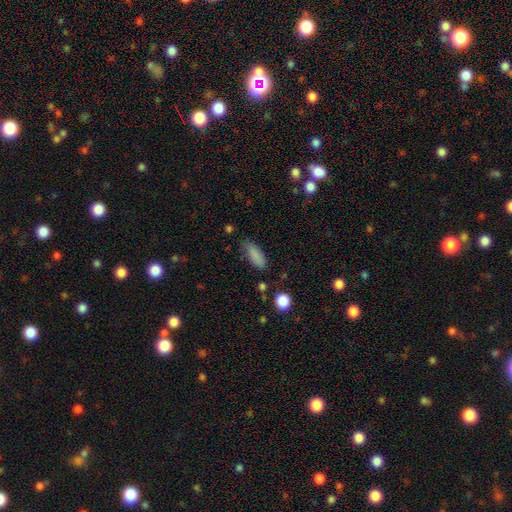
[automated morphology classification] Smooth or featured: smooth — 85% (star or artifact — 9%)
How rounded: in between — 73% (cigar-shaped — 25%)
Merging: none — 71% (minor disturbance — 22%)